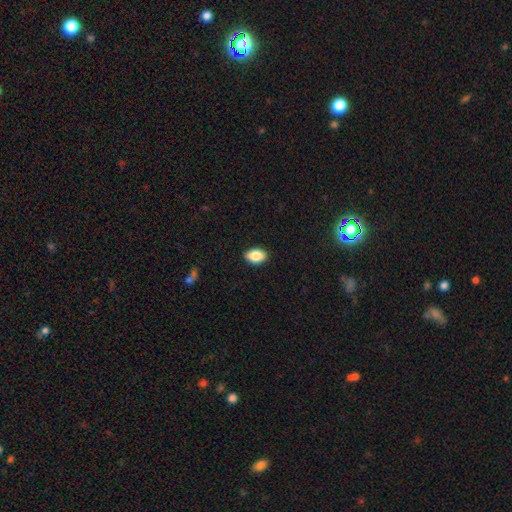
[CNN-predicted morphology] Smooth or featured? Predicted: smooth (p=0.88). How rounded? Predicted: in between (p=0.87). Merging? Predicted: none (p=0.90).